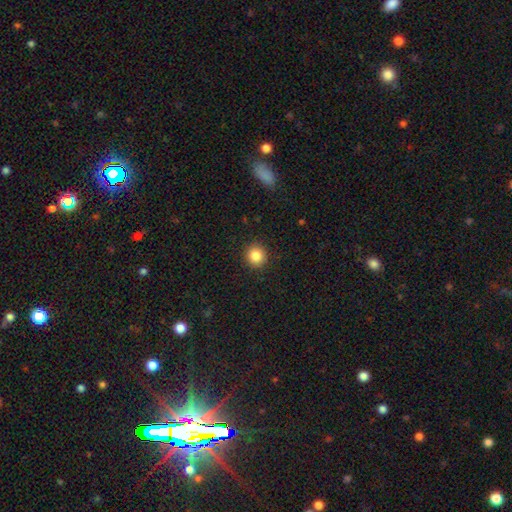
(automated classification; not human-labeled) smooth_or_featured: smooth (p=0.85) [alt: star or artifact p=0.10]
how_rounded: round (p=0.91) [alt: in between p=0.08]
merging: none (p=0.91) [alt: minor disturbance p=0.06]